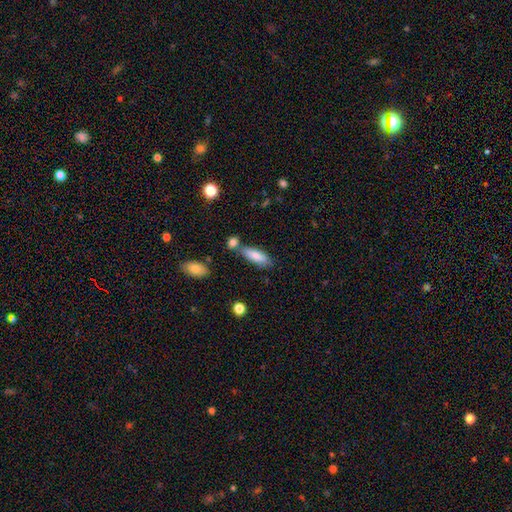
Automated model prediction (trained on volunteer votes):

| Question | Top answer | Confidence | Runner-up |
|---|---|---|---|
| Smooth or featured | smooth | 82% | featured or disk (11%) |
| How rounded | in between | 59% | cigar-shaped (40%) |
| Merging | none | 64% | merger (16%) |